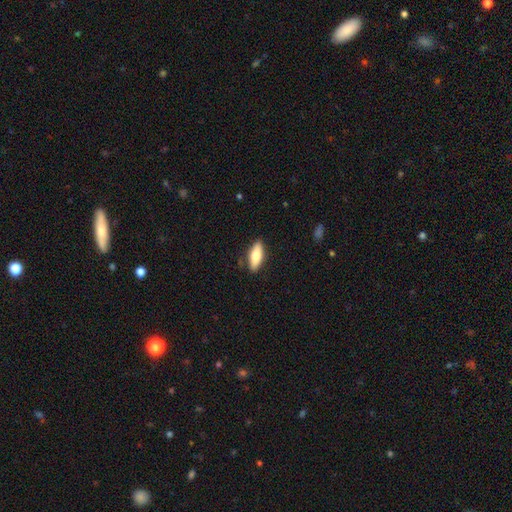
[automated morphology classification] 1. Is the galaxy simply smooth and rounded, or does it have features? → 70% smooth, 24% featured or disk, 6% star or artifact.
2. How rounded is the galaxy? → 68% in between, 30% cigar-shaped, 2% round.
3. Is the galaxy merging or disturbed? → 86% none, 11% minor disturbance, 2% major disturbance, 1% merger.